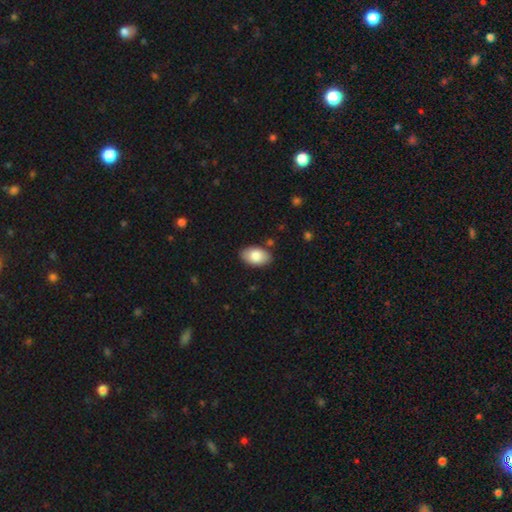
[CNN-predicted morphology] type=smooth (85%); roundness=in between (94%); merging=none (85%).